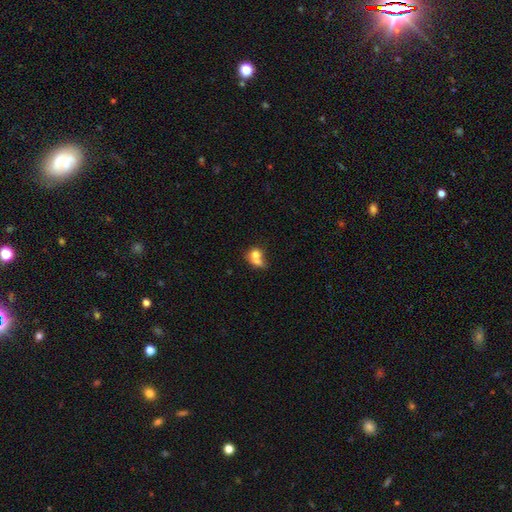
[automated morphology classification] This is likely a smooth galaxy (70%). How rounded: possibly round (58%). Merging: possibly merger (55%).